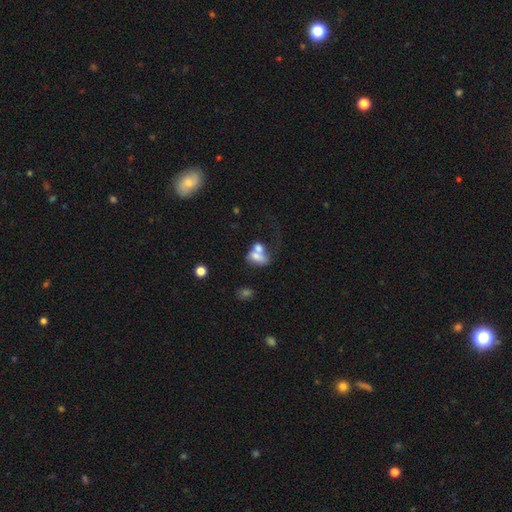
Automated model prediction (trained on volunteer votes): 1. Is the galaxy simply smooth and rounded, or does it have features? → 61% smooth, 28% featured or disk, 11% star or artifact.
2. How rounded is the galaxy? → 73% in between, 24% round, 3% cigar-shaped.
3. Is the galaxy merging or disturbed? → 64% merger, 16% none, 11% major disturbance, 9% minor disturbance.